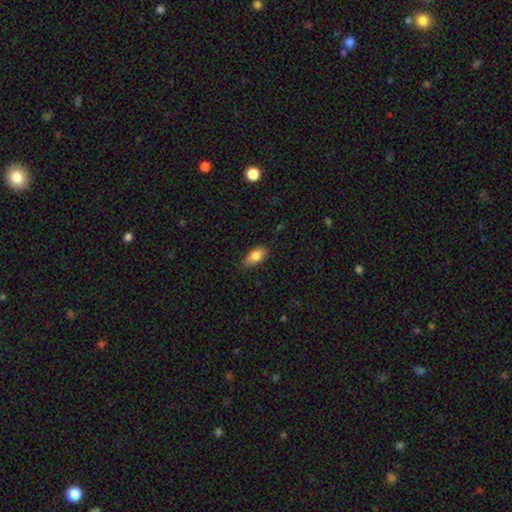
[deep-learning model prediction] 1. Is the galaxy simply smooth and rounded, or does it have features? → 81% smooth, 12% featured or disk, 7% star or artifact.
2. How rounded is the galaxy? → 87% in between, 9% cigar-shaped, 4% round.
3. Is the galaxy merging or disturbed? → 82% none, 15% minor disturbance, 3% major disturbance, 1% merger.